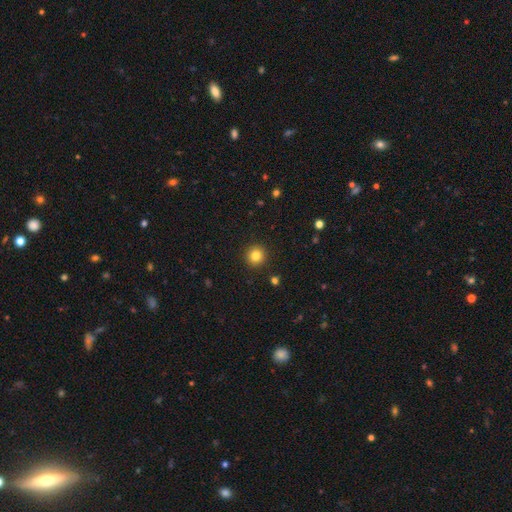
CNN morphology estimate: Smooth or featured?
  - smooth: 83% *
  - star or artifact: 11%
  - featured or disk: 5%
How rounded?
  - round: 95% *
  - in between: 4%
  - cigar-shaped: 1%
Merging?
  - none: 92% *
  - minor disturbance: 5%
  - major disturbance: 2%
  - merger: 1%